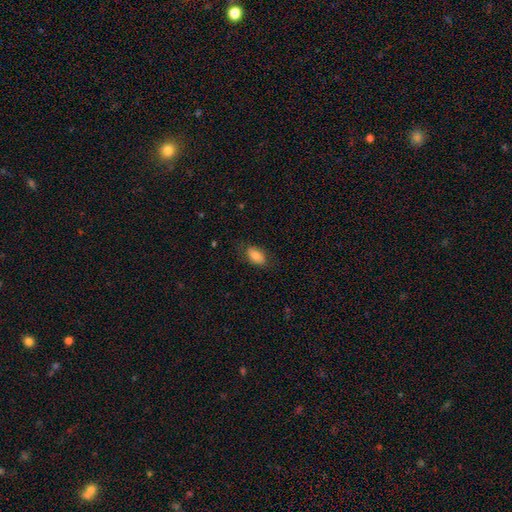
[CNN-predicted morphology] A smooth galaxy with no disk features (79%) that is in between round and cigar-shaped (91%).

Vote fractions:
- Smooth or featured? smooth: 79% / featured or disk: 14% / star or artifact: 8%
- How rounded? in between: 91% / round: 5% / cigar-shaped: 4%
- Merging? none: 76% / minor disturbance: 18% / major disturbance: 5% / merger: 1%